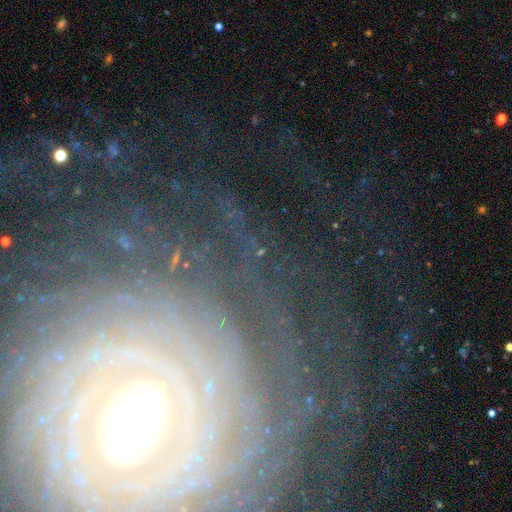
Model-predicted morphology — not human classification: smooth-or-featured: featured or disk: 83% | star or artifact: 10% | smooth: 7%
  disk-edge-on: no: 93% | yes: 7%
    bar: strong: 34% (tied) | no: 34% (tied) | weak: 32%
    has-spiral-arms: yes: 89% | no: 11%
      spiral-winding: tight: 84% | medium: 11% | loose: 4%
      spiral-arm-count: can't tell: 31% | more than 4: 28% | 4: 12% | 2: 11% | 3: 10% | 1: 9%
    bulge-size: moderate: 57% | large: 20% | small: 18% | dominant: 3% | none: 2%
  merging: none: 78% | minor disturbance: 12% | major disturbance: 8% | merger: 2%